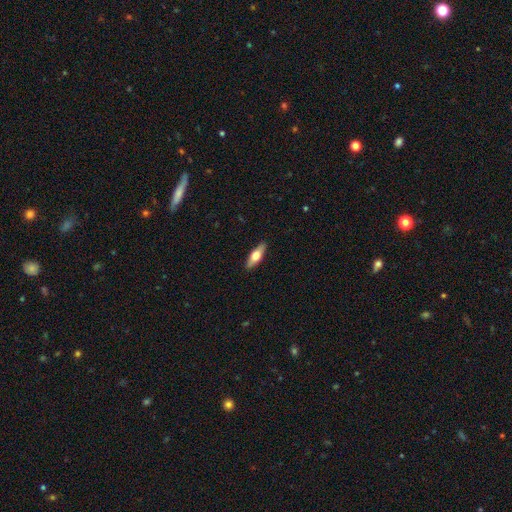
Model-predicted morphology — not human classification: A smooth galaxy with no disk features (59%) that is in between round and cigar-shaped (57%).

Vote fractions:
- Smooth or featured? smooth: 59% / featured or disk: 35% / star or artifact: 6%
- How rounded? in between: 57% / cigar-shaped: 40% / round: 3%
- Merging? none: 89% / minor disturbance: 8% / major disturbance: 2% / merger: 1%